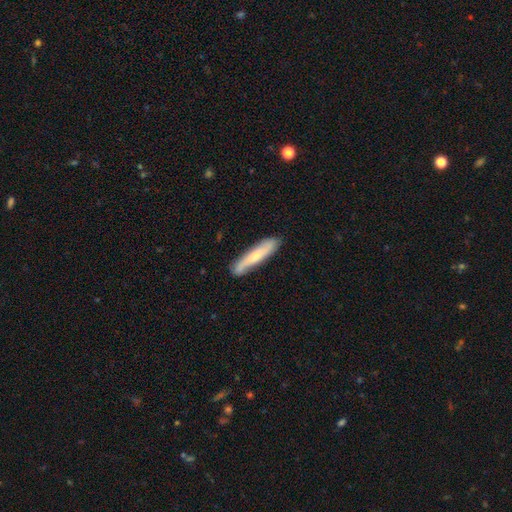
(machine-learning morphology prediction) smooth-or-featured: smooth: 59% | featured or disk: 36% | star or artifact: 5%
  how-rounded: cigar-shaped: 88% | in between: 11% | round: 1%
  merging: none: 80% | minor disturbance: 15% | major disturbance: 3% | merger: 2%